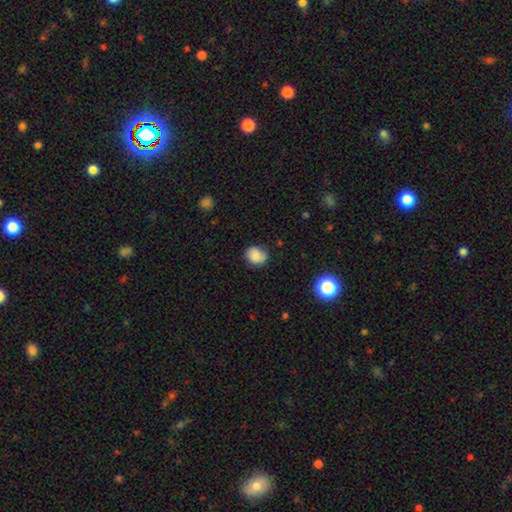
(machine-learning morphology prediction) Smooth or featured? Predicted: smooth (p=0.77). How rounded? Predicted: round (p=0.63). Merging? Predicted: none (p=0.70).